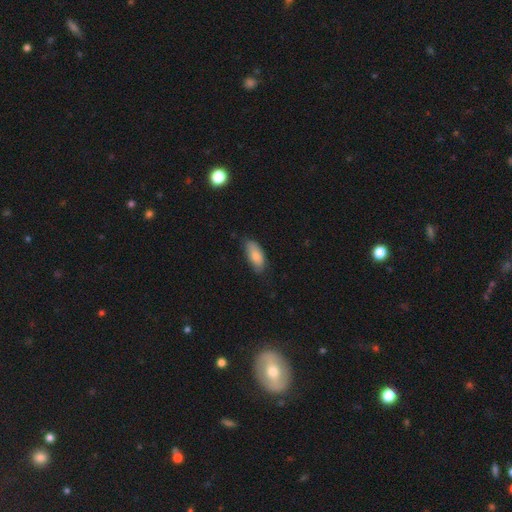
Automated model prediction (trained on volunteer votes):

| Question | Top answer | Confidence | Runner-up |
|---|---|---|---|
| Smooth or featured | smooth | 81% | featured or disk (13%) |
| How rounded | in between | 89% | cigar-shaped (9%) |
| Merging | none | 70% | minor disturbance (25%) |